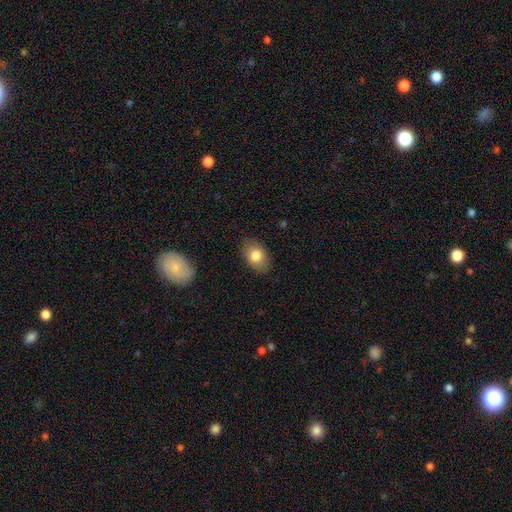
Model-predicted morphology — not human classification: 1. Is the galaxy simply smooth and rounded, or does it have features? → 80% smooth, 12% featured or disk, 8% star or artifact.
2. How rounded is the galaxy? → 82% in between, 16% round, 1% cigar-shaped.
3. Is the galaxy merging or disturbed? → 83% none, 13% minor disturbance, 3% major disturbance, 1% merger.